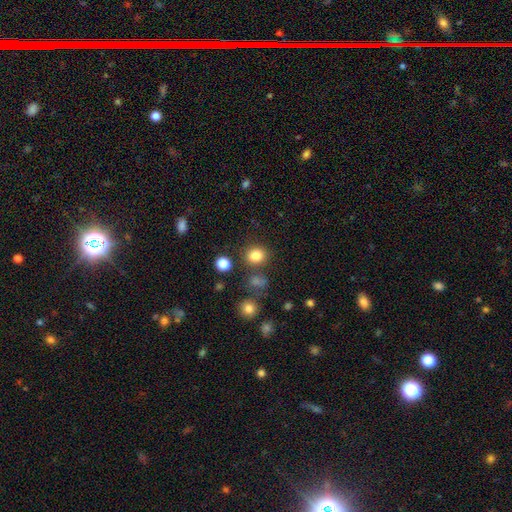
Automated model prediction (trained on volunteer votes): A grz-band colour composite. It shows a smooth galaxy with no disk features (82%) that is round (74%). Merging: none (80%).